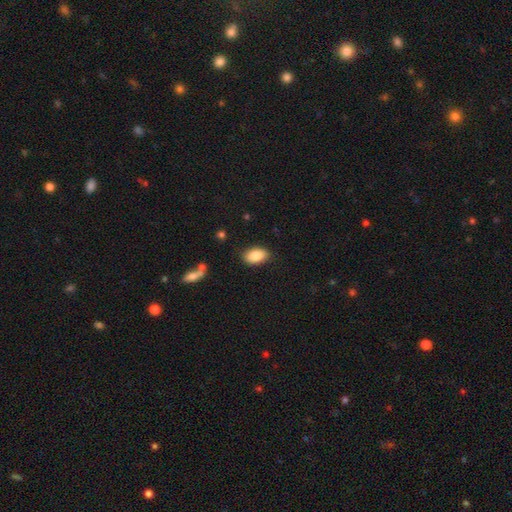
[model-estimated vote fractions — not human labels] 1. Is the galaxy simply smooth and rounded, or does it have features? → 86% smooth, 7% star or artifact, 7% featured or disk.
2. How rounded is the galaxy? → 92% in between, 7% round, 1% cigar-shaped.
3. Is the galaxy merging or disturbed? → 86% none, 10% minor disturbance, 2% major disturbance, 1% merger.